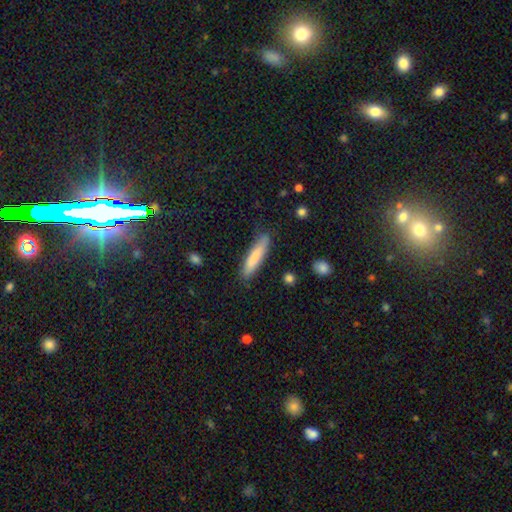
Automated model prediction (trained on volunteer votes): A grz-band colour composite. It shows a smooth galaxy with no disk features (78%) that is cigar-shaped (86%). Merging: none (84%).